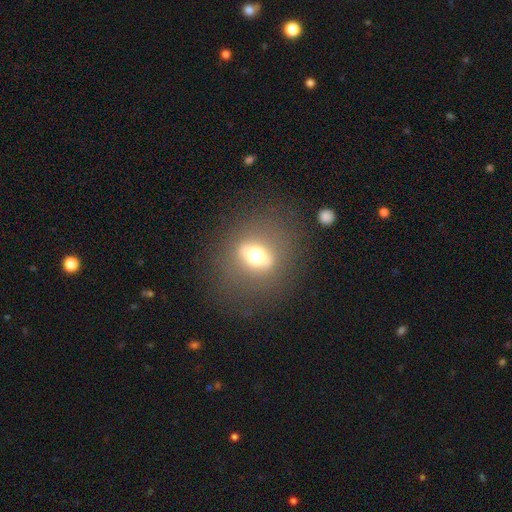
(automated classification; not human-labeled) Q: Smooth or featured?
A: smooth (49%); runner-up: featured or disk (36%)
Q: Merging?
A: none (81%); runner-up: minor disturbance (10%)